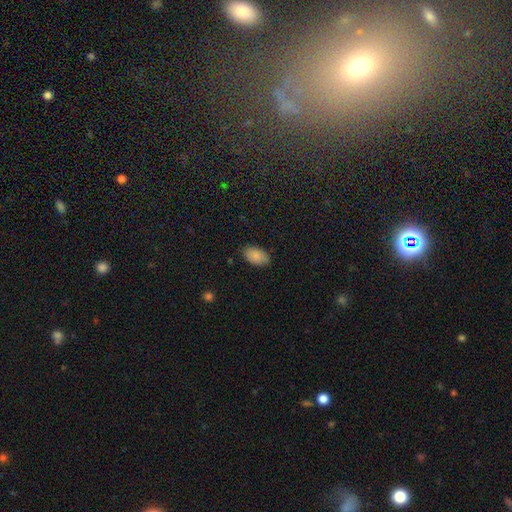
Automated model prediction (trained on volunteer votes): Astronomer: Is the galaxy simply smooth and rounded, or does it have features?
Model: smooth — 87%.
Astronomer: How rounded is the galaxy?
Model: in between — 94%.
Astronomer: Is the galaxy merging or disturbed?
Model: none — 83%.